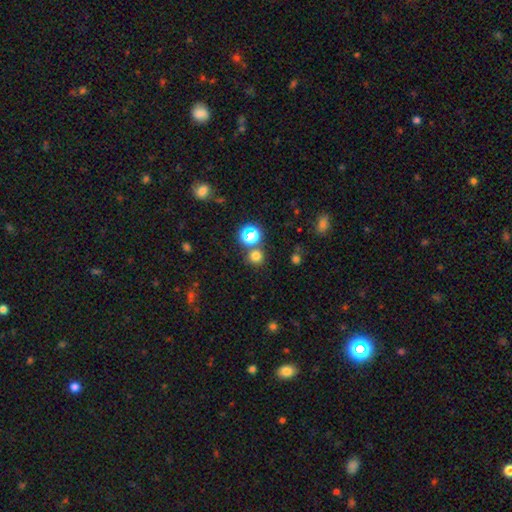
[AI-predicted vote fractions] Smooth or featured? smooth (69%)
How rounded? round (90%)
Merging? none (77%)